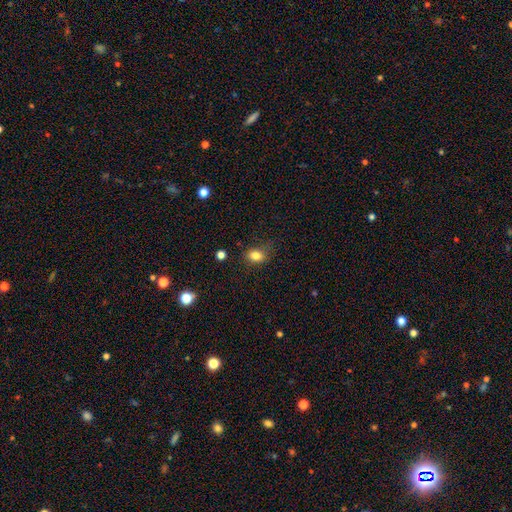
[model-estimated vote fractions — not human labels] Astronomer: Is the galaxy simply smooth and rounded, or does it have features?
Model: smooth — 83%.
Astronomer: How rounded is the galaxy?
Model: in between — 63%.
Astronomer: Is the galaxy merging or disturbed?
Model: none — 73%.